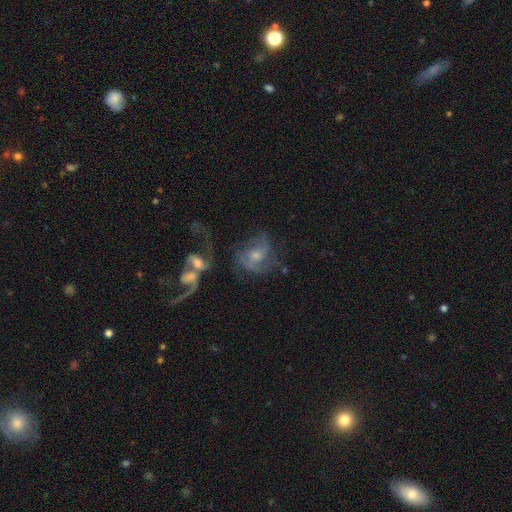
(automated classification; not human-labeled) Smooth or featured? Predicted: featured or disk (p=0.73). Edge-on disk? Predicted: no (p=0.96). Bar? Predicted: no (p=0.54). Spiral arms? Predicted: yes (p=0.85). Spiral winding? Predicted: medium (p=0.42). Spiral arm count? Predicted: 2 (p=0.45). Bulge size? Predicted: moderate (p=0.52). Merging? Predicted: none (p=0.38).